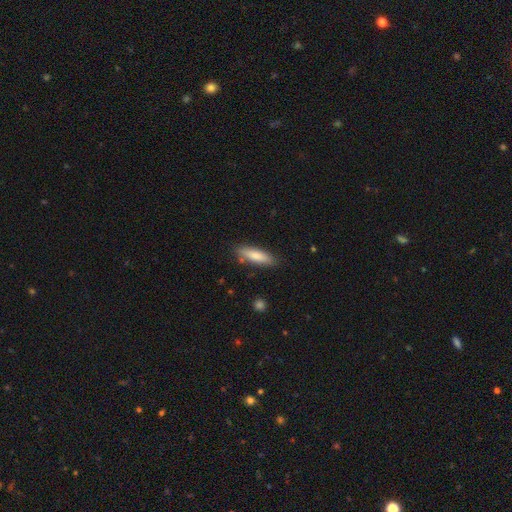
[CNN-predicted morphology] A smooth galaxy with no disk features (81%) that is cigar-shaped (59%). Merging: none (83%).